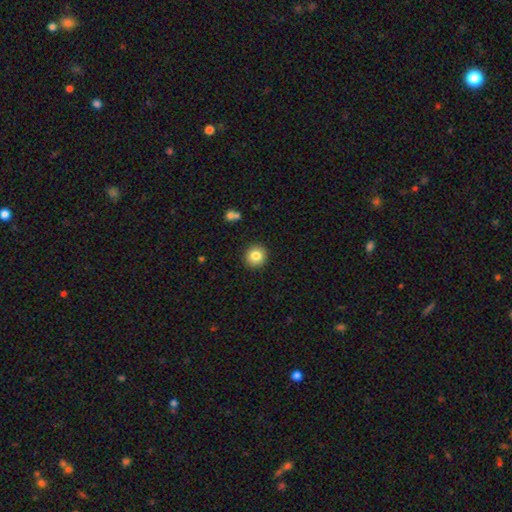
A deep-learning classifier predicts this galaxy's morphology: A smooth galaxy with no disk features (83%) that is round (92%).

Vote fractions:
- Smooth or featured? smooth: 83% / star or artifact: 10% / featured or disk: 7%
- How rounded? round: 92% / in between: 7% / cigar-shaped: 1%
- Merging? none: 91% / minor disturbance: 6% / major disturbance: 2% / merger: 1%